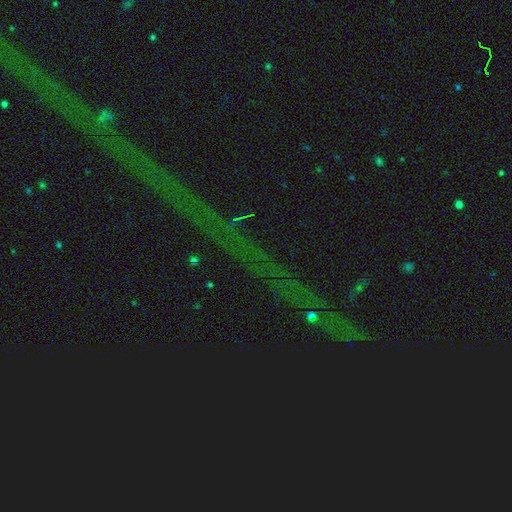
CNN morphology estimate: smooth_or_featured: star or artifact (p=0.82) [alt: featured or disk p=0.10]